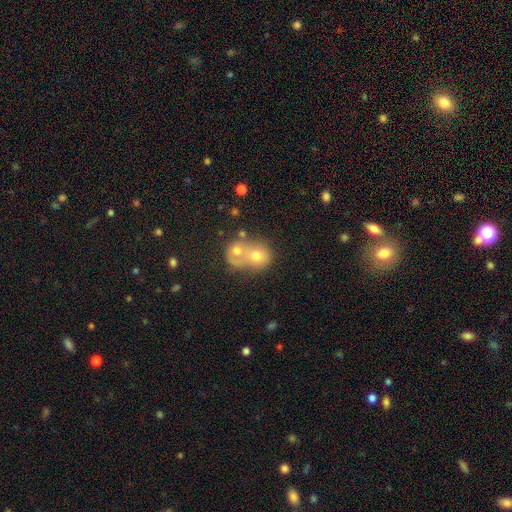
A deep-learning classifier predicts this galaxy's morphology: Q: Smooth or featured?
A: smooth (60%); runner-up: featured or disk (27%)
Q: How rounded?
A: round (65%); runner-up: in between (34%)
Q: Merging?
A: merger (72%); runner-up: none (19%)